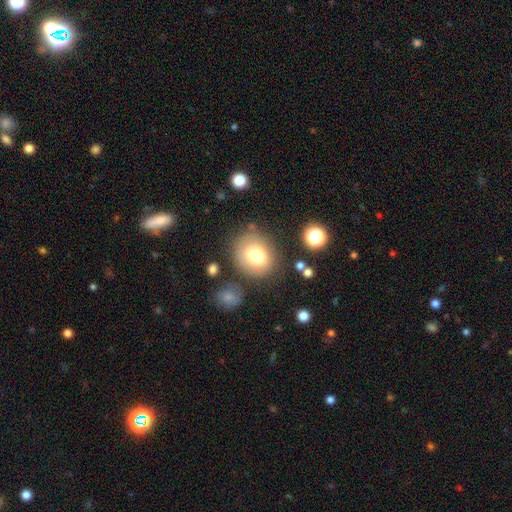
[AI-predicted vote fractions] Smooth or featured?
  - smooth: 74% *
  - featured or disk: 16%
  - star or artifact: 10%
How rounded?
  - round: 64% *
  - in between: 35%
  - cigar-shaped: 1%
Merging?
  - none: 67% *
  - minor disturbance: 18%
  - major disturbance: 8%
  - merger: 7%